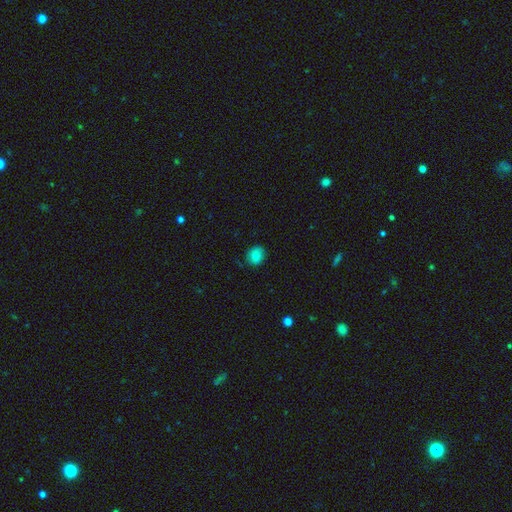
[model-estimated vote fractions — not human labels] This appears to be a smooth galaxy with no disk features (78%) that is round (68%). Merging: none (81%).